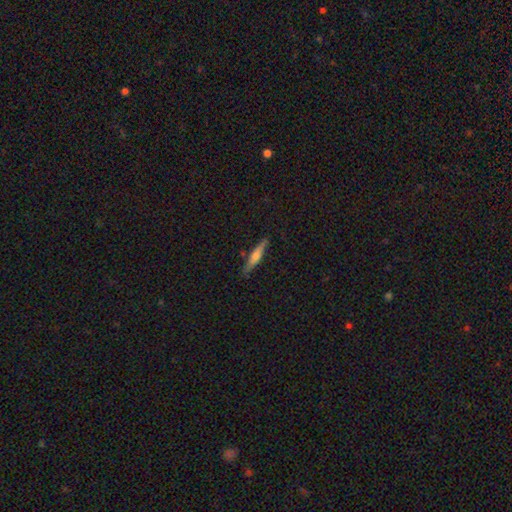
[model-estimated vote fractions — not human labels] smooth-or-featured: featured or disk: 48% | smooth: 45% | star or artifact: 7%
  merging: none: 85% | minor disturbance: 11% | major disturbance: 2% | merger: 2%